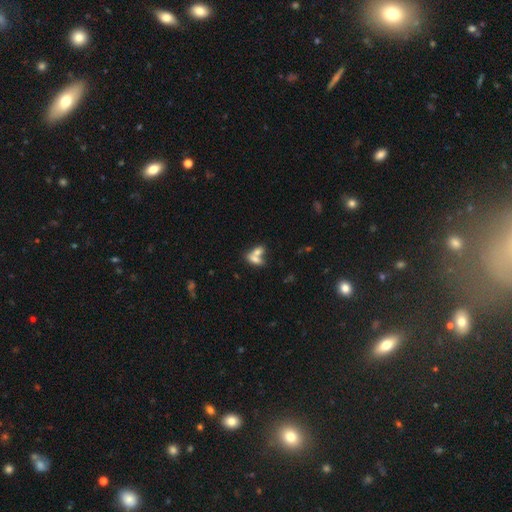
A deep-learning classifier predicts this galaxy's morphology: Smooth or featured? Predicted: smooth (p=0.72). How rounded? Predicted: in between (p=0.79). Merging? Predicted: merger (p=0.67).